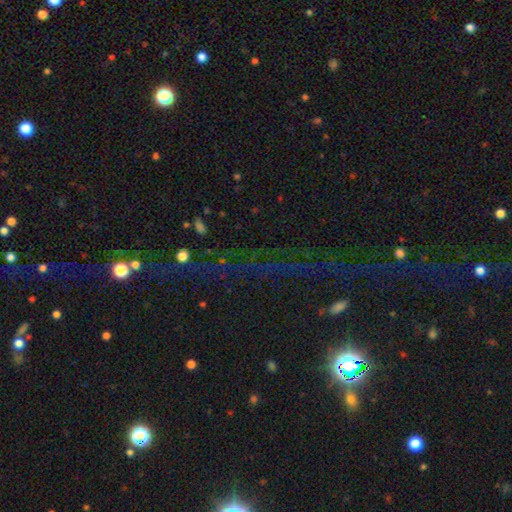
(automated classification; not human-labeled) This is likely a star or artifact rather than a galaxy (73%).